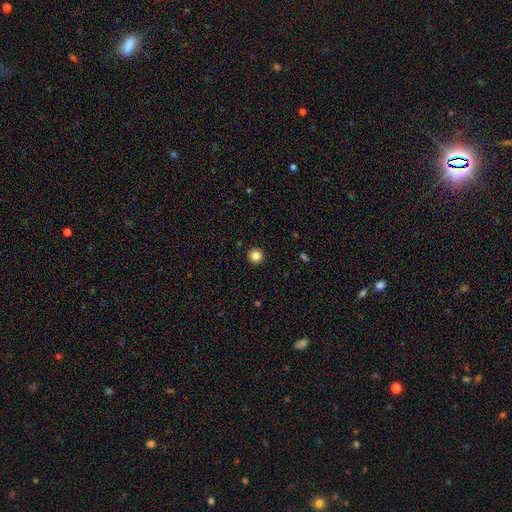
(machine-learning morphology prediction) Q: Smooth or featured?
A: smooth (84%); runner-up: star or artifact (11%)
Q: How rounded?
A: round (96%); runner-up: in between (3%)
Q: Merging?
A: none (93%); runner-up: minor disturbance (4%)